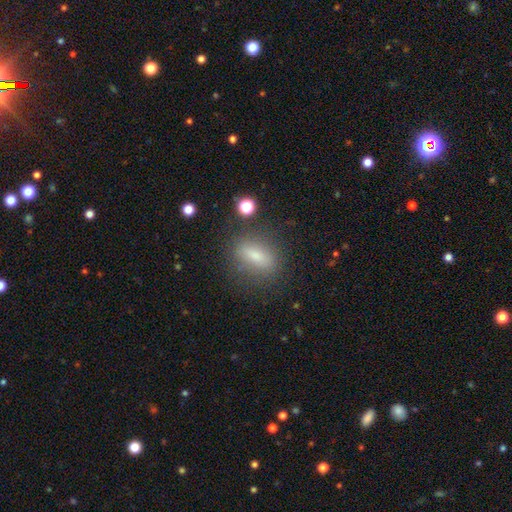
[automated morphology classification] This appears to be a smooth galaxy with no disk features (69%) that is in between round and cigar-shaped (61%). Merging: none (78%).